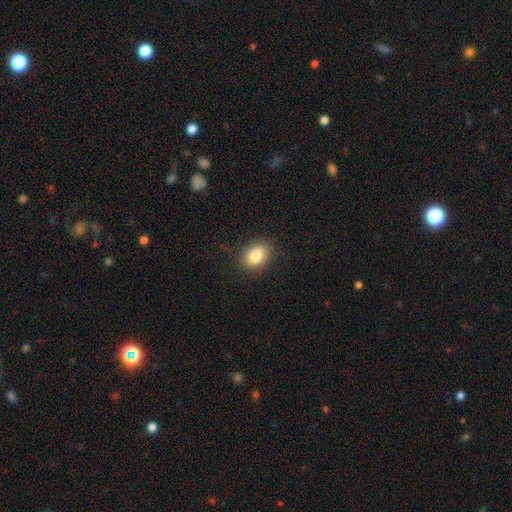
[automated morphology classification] smooth 83%, star or artifact 9%, featured or disk 8%. Down the decision tree: how rounded — in between (65%); merging — none (85%).